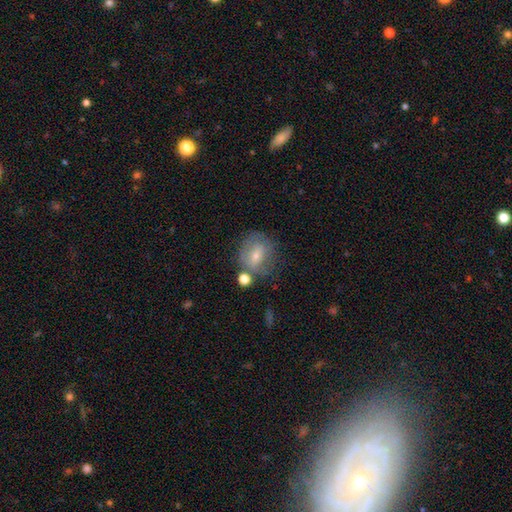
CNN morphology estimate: Smooth or featured?
  - smooth: 52% *
  - featured or disk: 39%
  - star or artifact: 10%
How rounded?
  - round: 62% *
  - in between: 36%
  - cigar-shaped: 2%
Merging?
  - none: 52% *
  - minor disturbance: 21%
  - merger: 14%
  - major disturbance: 12%